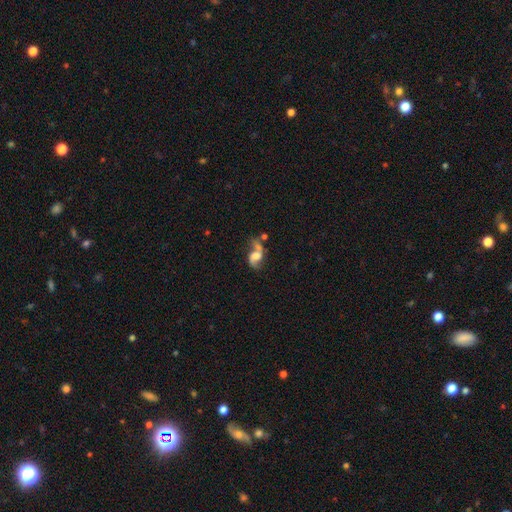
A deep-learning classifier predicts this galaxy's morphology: Smooth or featured? featured or disk (74%)
Edge-on disk? no (97%)
Bar? no (50%)
Spiral arms? yes (91%)
Spiral winding? loose (70%)
Spiral arm count? 2 (87%)
Bulge size? moderate (36%)
Merging? none (44%)